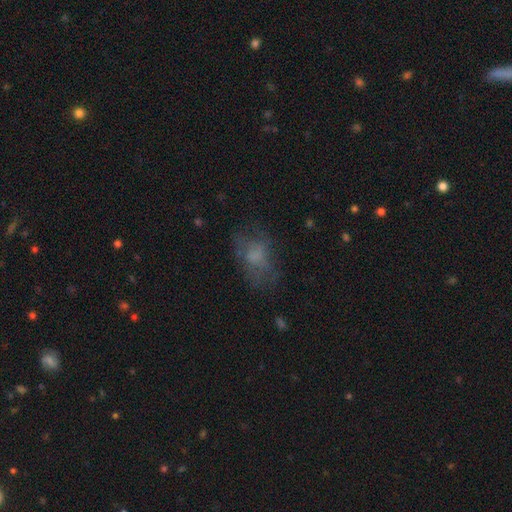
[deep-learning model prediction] smooth_or_featured: smooth (p=0.55) [alt: featured or disk p=0.30]
how_rounded: in between (p=0.79) [alt: round p=0.18]
merging: none (p=0.52) [alt: major disturbance p=0.24]